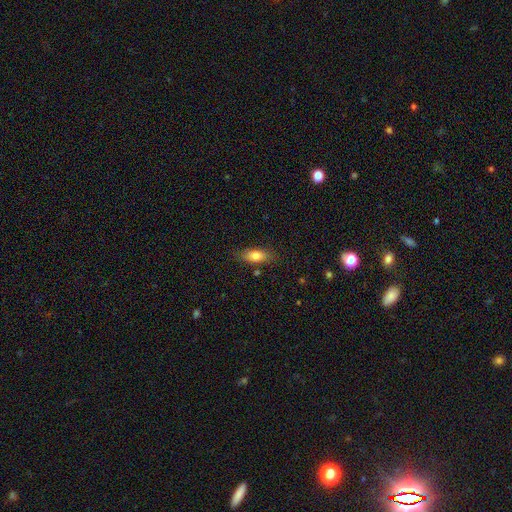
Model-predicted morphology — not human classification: Smooth or featured? smooth (79%)
How rounded? in between (81%)
Merging? none (79%)